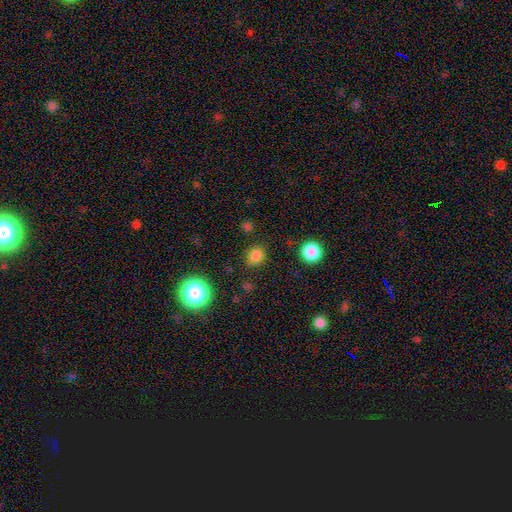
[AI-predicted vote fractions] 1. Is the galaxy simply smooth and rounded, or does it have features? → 80% smooth, 16% star or artifact, 4% featured or disk.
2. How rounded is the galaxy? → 72% round, 27% in between, 1% cigar-shaped.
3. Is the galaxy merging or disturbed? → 81% none, 13% minor disturbance, 4% major disturbance, 2% merger.